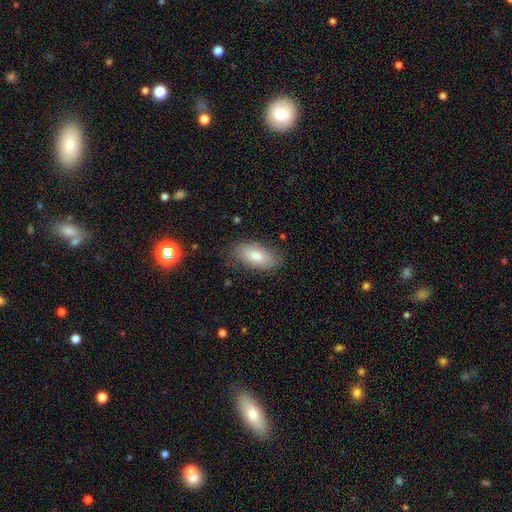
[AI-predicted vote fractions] Smooth or featured? Predicted: smooth (p=0.79). How rounded? Predicted: in between (p=0.88). Merging? Predicted: none (p=0.84).